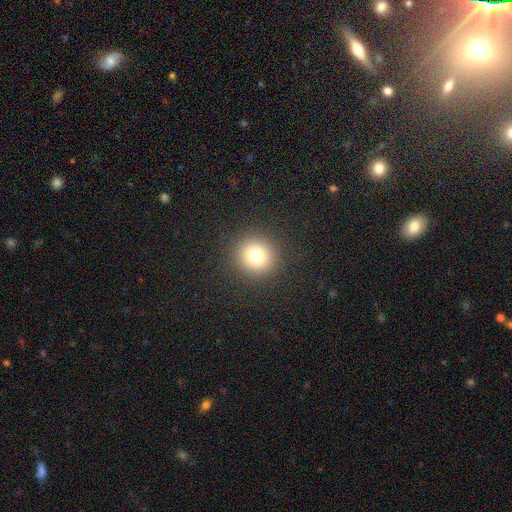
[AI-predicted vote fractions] Overall: smooth (74%). How rounded: round (95%). Merging: none (91%).